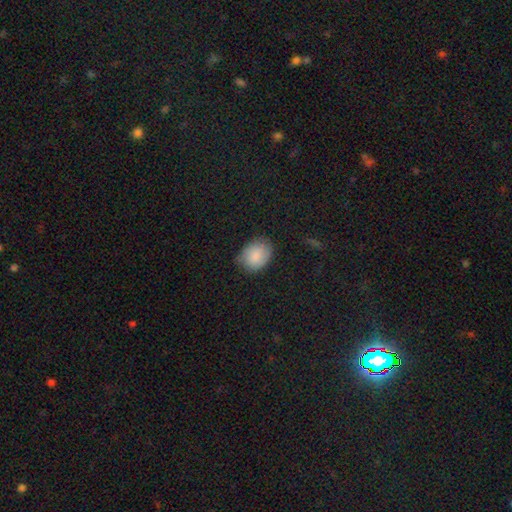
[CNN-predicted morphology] Smooth or featured: smooth — 86% (featured or disk — 7%)
How rounded: in between — 65% (round — 34%)
Merging: none — 74% (minor disturbance — 21%)